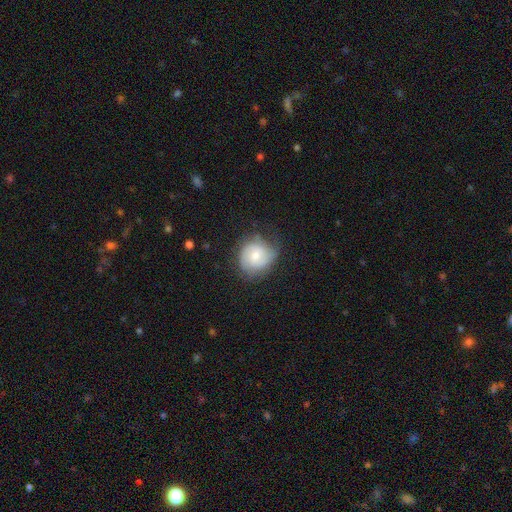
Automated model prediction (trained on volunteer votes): Q: Smooth or featured?
A: featured or disk (55%); runner-up: smooth (38%)
Q: Edge-on disk?
A: no (98%); runner-up: yes (2%)
Q: Bar?
A: no (63%); runner-up: weak (32%)
Q: Spiral arms?
A: yes (86%); runner-up: no (14%)
Q: Bulge size?
A: moderate (55%); runner-up: small (38%)
Q: Merging?
A: none (65%); runner-up: minor disturbance (25%)